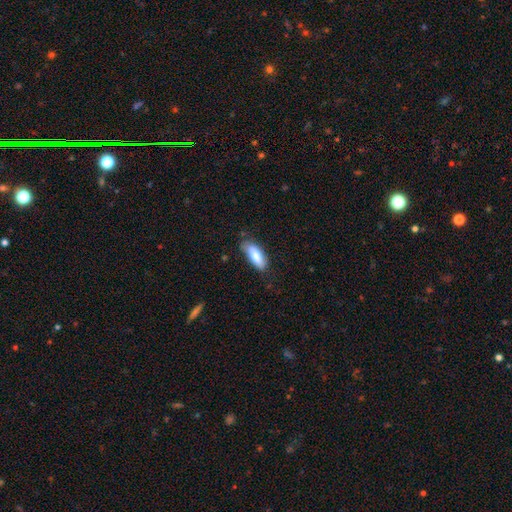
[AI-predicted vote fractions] Smooth or featured?
  - smooth: 79% *
  - featured or disk: 15%
  - star or artifact: 6%
How rounded?
  - in between: 69% *
  - cigar-shaped: 29%
  - round: 2%
Merging?
  - none: 70% *
  - minor disturbance: 23%
  - major disturbance: 5%
  - merger: 2%